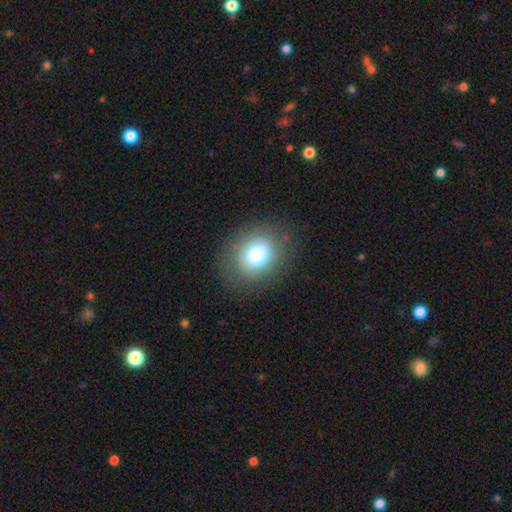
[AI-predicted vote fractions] A smooth galaxy with no disk features (78%) that is round (63%). Merging: none (82%).